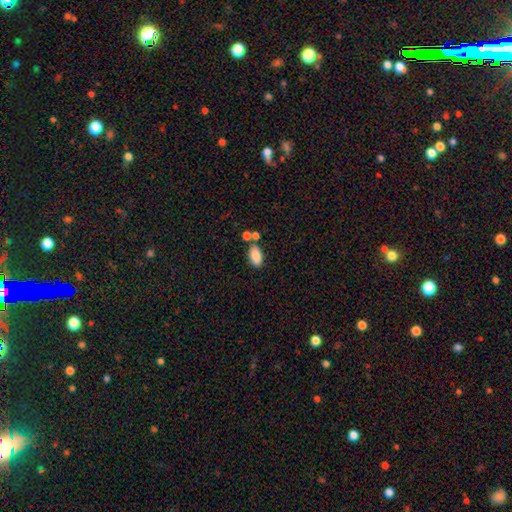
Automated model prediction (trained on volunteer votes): A smooth galaxy with no disk features (87%) that is in between round and cigar-shaped (93%).

Vote fractions:
- Smooth or featured? smooth: 87% / star or artifact: 8% / featured or disk: 6%
- How rounded? in between: 93% / round: 4% / cigar-shaped: 4%
- Merging? none: 67% / merger: 17% / minor disturbance: 12% / major disturbance: 4%